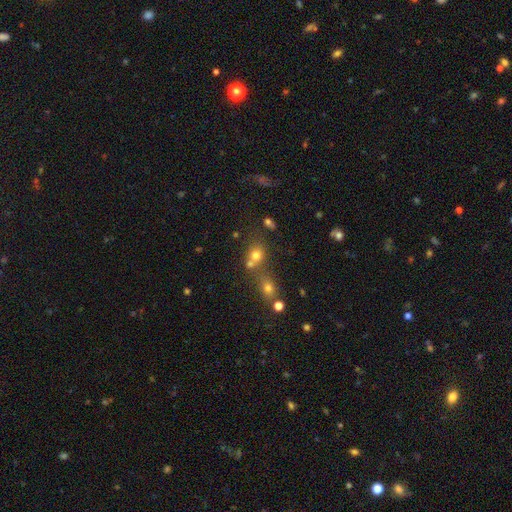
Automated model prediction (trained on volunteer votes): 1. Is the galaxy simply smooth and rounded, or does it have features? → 70% smooth, 18% star or artifact, 12% featured or disk.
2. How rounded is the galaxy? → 72% round, 26% in between, 1% cigar-shaped.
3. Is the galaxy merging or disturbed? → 46% none, 39% merger, 10% minor disturbance, 5% major disturbance.